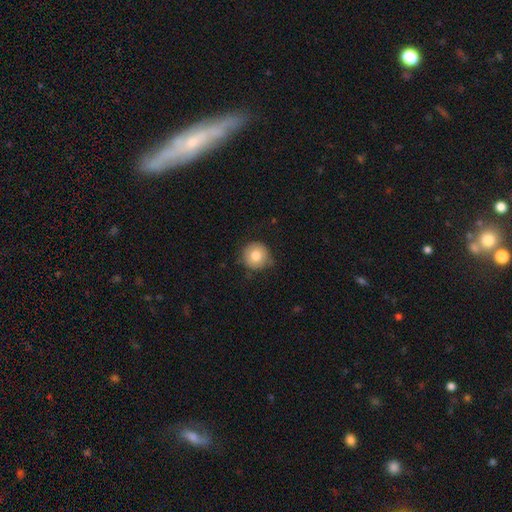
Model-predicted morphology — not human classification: Smooth or featured? smooth (78%)
How rounded? round (94%)
Merging? none (80%)